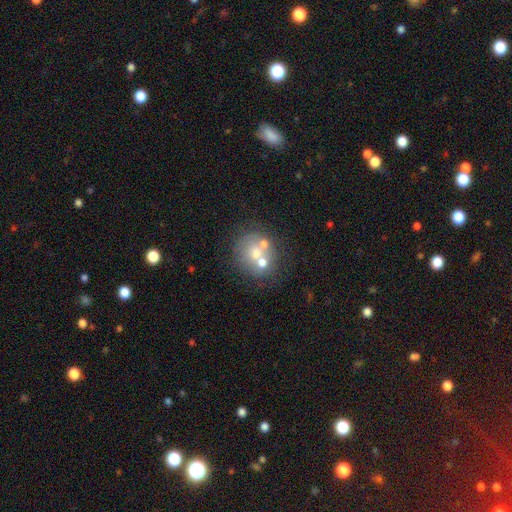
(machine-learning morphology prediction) smooth 50%, featured or disk 35%, star or artifact 15%. Down the decision tree: how rounded — round (82%); merging — none (47%).